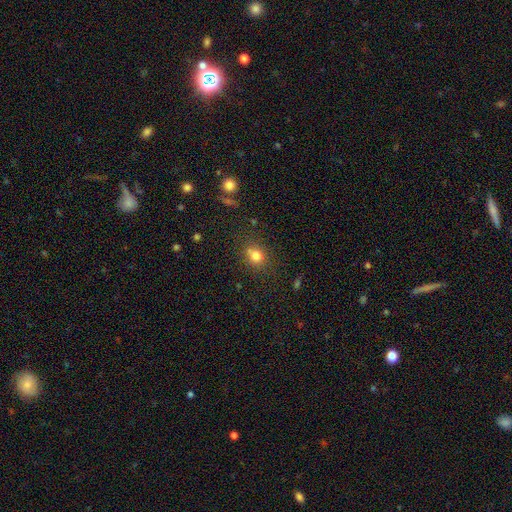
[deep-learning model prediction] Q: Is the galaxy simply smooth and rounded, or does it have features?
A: smooth — 77%.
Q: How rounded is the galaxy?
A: round — 68%.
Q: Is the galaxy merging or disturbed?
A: none — 67%.